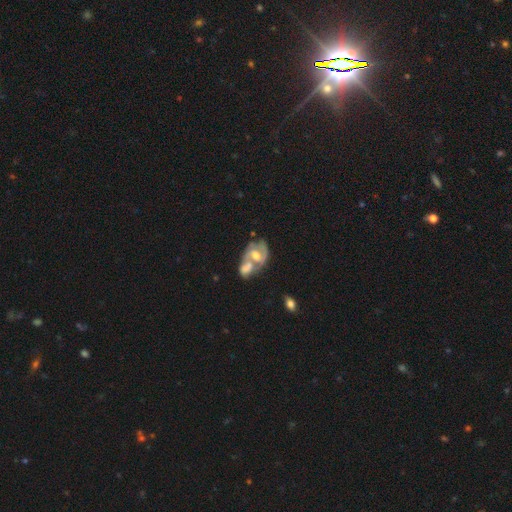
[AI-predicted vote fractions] featured or disk 63%, smooth 29%, star or artifact 8%. Down the decision tree: edge-on disk — no (96%); bar — no (58%); spiral arms — yes (60%); bulge size — moderate (69%); merging — merger (65%).